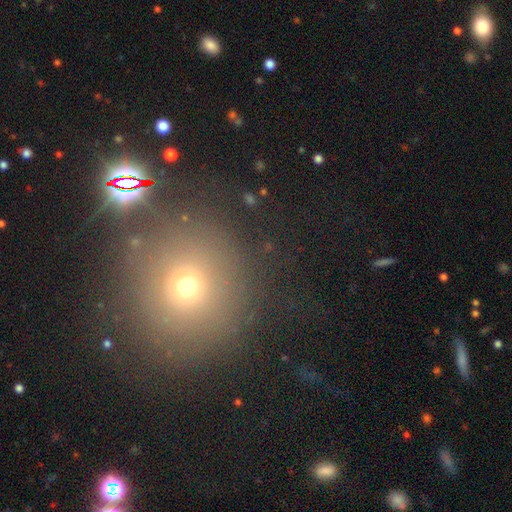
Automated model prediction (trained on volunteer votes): Q: Smooth or featured?
A: smooth (56%); runner-up: star or artifact (34%)
Q: How rounded?
A: round (92%); runner-up: in between (7%)
Q: Merging?
A: none (85%); runner-up: minor disturbance (7%)